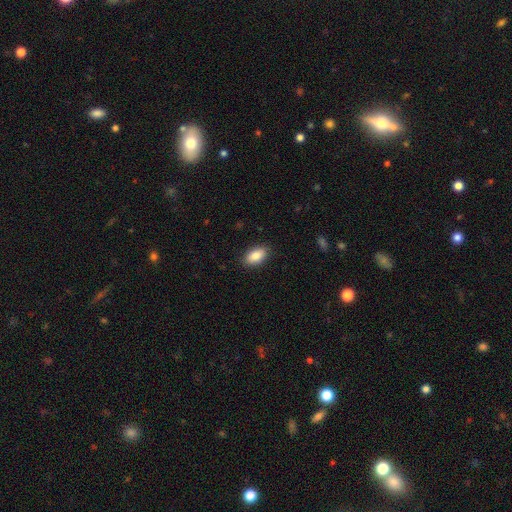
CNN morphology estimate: Smooth or featured?
  - smooth: 85% *
  - featured or disk: 8%
  - star or artifact: 7%
How rounded?
  - in between: 92% *
  - round: 5%
  - cigar-shaped: 3%
Merging?
  - none: 88% *
  - minor disturbance: 9%
  - major disturbance: 2%
  - merger: 1%